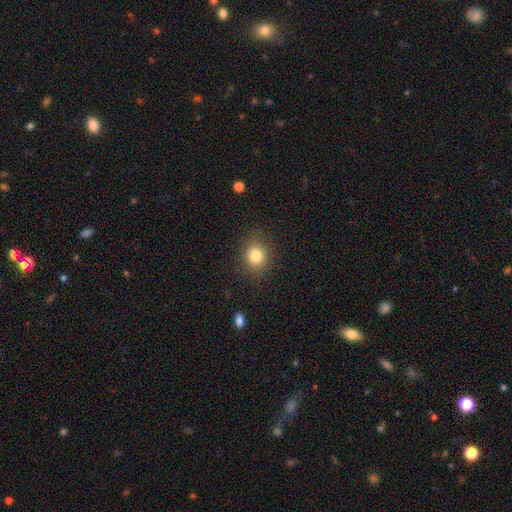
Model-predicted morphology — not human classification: smooth-or-featured: smooth: 81% | star or artifact: 12% | featured or disk: 7%
  how-rounded: round: 72% | in between: 27% | cigar-shaped: 1%
  merging: none: 86% | minor disturbance: 9% | major disturbance: 3% | merger: 1%